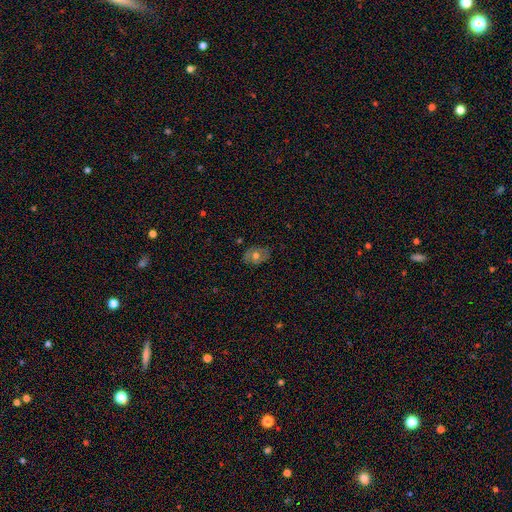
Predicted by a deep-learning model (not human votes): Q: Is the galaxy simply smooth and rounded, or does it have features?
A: smooth — 55%.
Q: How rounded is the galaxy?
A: in between — 76%.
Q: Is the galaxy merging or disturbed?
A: none — 77%.